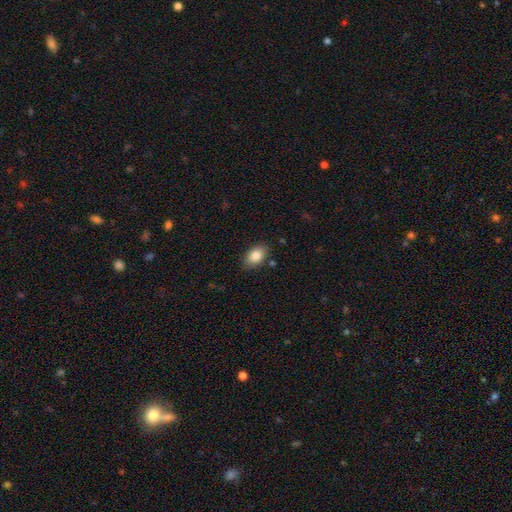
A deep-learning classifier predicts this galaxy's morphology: A smooth galaxy with no disk features (85%) that is in between round and cigar-shaped (90%). Merging: none (85%).